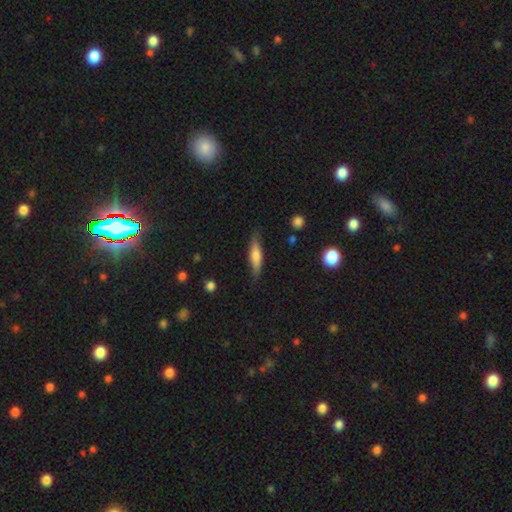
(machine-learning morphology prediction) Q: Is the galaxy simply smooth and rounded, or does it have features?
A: smooth — 59%.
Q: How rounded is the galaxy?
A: cigar-shaped — 74%.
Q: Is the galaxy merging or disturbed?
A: none — 80%.